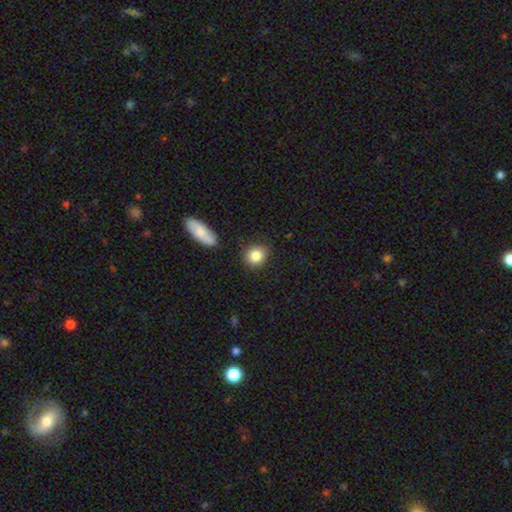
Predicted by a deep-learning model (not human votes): Smooth or featured? smooth (85%)
How rounded? round (76%)
Merging? none (83%)